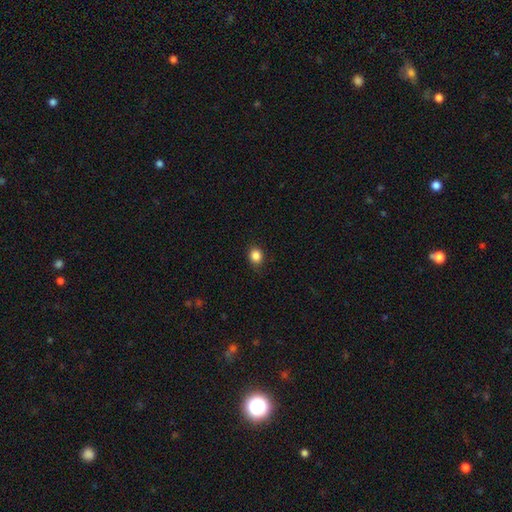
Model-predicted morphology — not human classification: smooth-or-featured: smooth: 86% | star or artifact: 11% | featured or disk: 4%
  how-rounded: round: 70% | in between: 29% | cigar-shaped: 1%
  merging: none: 85% | minor disturbance: 12% | major disturbance: 3% | merger: 1%